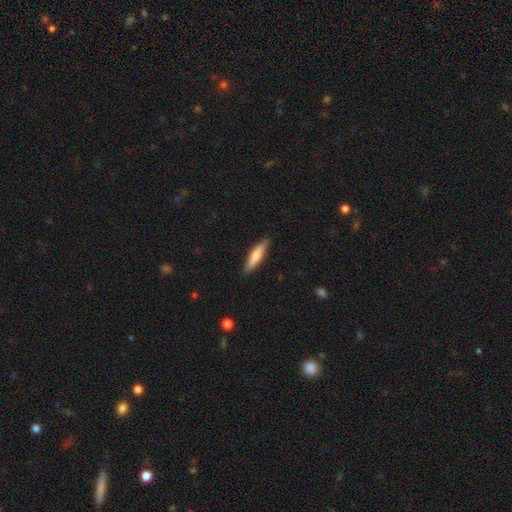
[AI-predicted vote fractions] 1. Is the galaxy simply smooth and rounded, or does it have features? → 76% smooth, 19% featured or disk, 5% star or artifact.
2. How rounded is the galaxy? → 78% cigar-shaped, 21% in between, 1% round.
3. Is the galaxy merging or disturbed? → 87% none, 10% minor disturbance, 2% major disturbance, 1% merger.